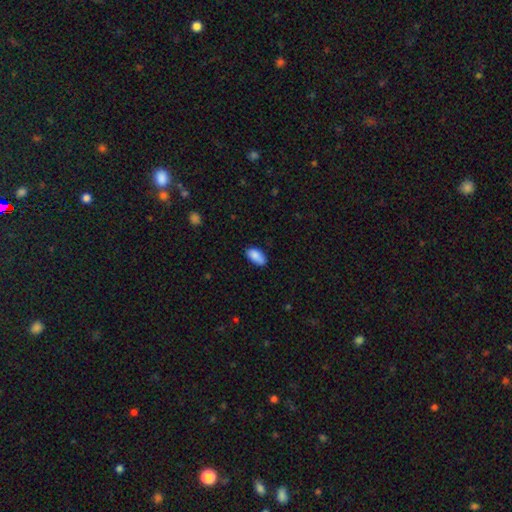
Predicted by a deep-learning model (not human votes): Overall: smooth (88%). How rounded: in between (93%). Merging: none (77%).